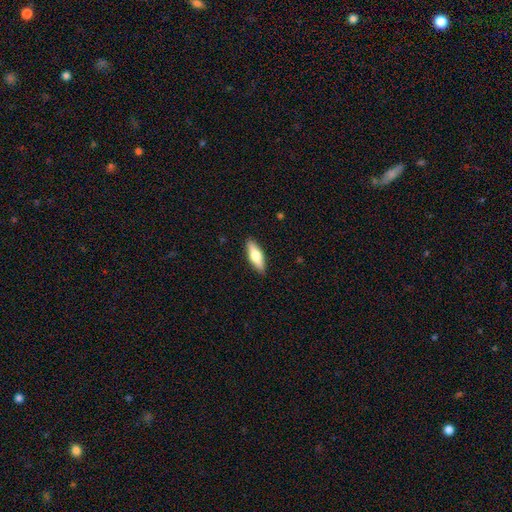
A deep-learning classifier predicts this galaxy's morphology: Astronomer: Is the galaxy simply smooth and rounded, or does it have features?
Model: smooth — 58% (runner-up: featured or disk, 36%).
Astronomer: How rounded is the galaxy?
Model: in between — 53% (runner-up: cigar-shaped, 45%).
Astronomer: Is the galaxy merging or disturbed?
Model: none — 89%.